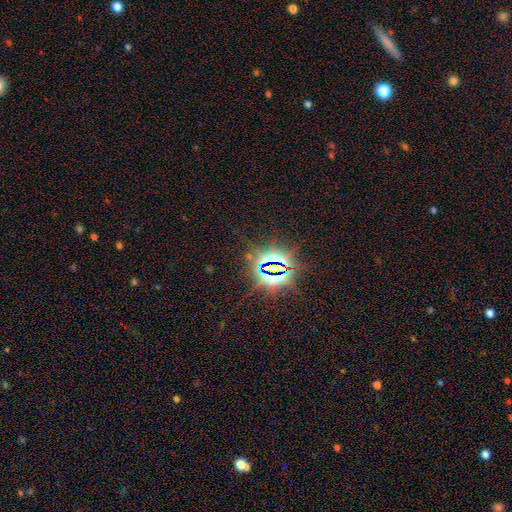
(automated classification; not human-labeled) Overall: star or artifact (84%).